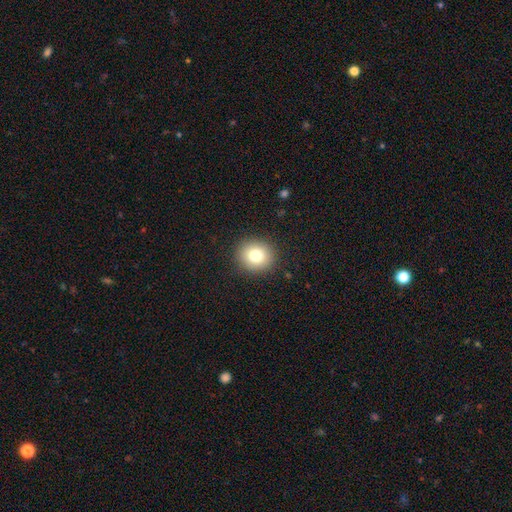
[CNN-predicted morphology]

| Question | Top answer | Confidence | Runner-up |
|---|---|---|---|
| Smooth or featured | smooth | 78% | star or artifact (12%) |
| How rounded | round | 82% | in between (17%) |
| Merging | none | 90% | minor disturbance (7%) |